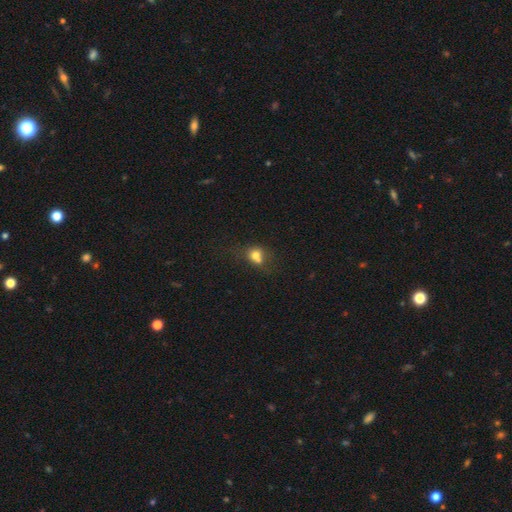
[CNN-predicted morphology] smooth-or-featured: smooth: 70% | featured or disk: 17% | star or artifact: 13%
  how-rounded: round: 62% | in between: 37% | cigar-shaped: 1%
  merging: merger: 47% | none: 33% | minor disturbance: 13% | major disturbance: 7%